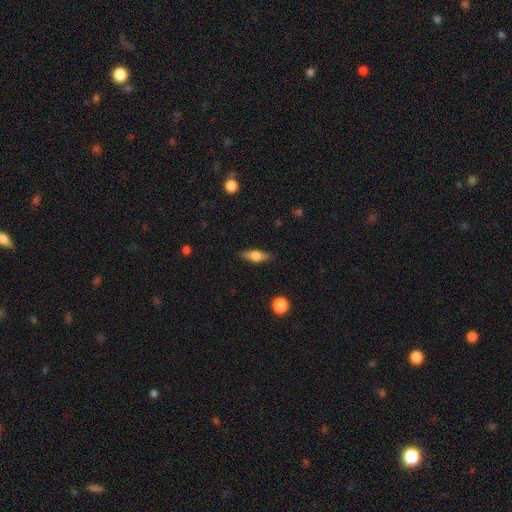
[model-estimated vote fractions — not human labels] A smooth galaxy with no disk features (53%) that is in between round and cigar-shaped (60%).

Vote fractions:
- Smooth or featured? smooth: 53% / featured or disk: 39% / star or artifact: 7%
- How rounded? in between: 60% / cigar-shaped: 35% / round: 5%
- Merging? none: 86% / minor disturbance: 11% / major disturbance: 3% / merger: 1%